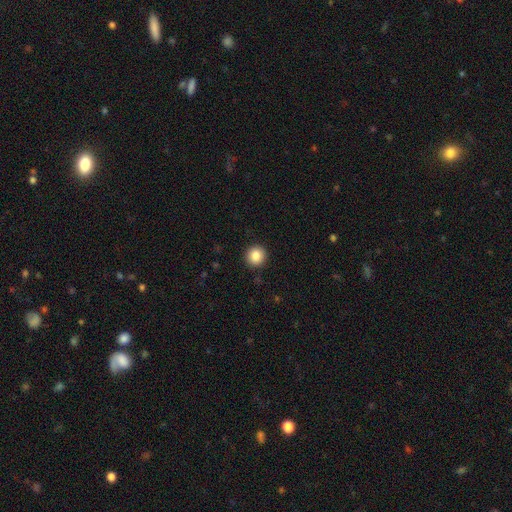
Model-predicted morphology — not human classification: smooth-or-featured: smooth: 86% | star or artifact: 9% | featured or disk: 5%
  how-rounded: round: 94% | in between: 5% | cigar-shaped: 1%
  merging: none: 92% | minor disturbance: 5% | major disturbance: 2% | merger: 1%